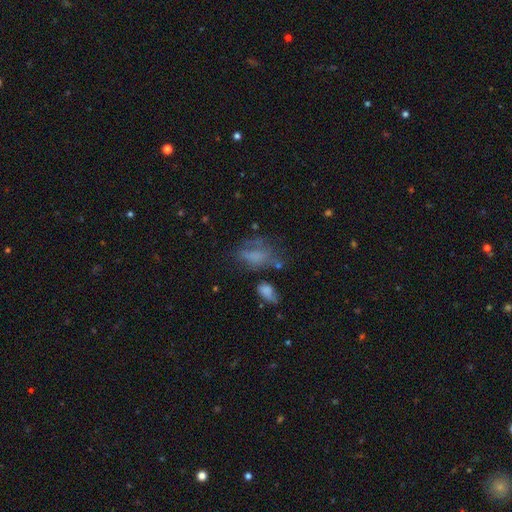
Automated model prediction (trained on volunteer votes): The model was most divided on "merging": none: 35%, major disturbance: 30%, minor disturbance: 23%, merger: 12%. More confident: how rounded — in between (78%); smooth or featured — smooth (52%).